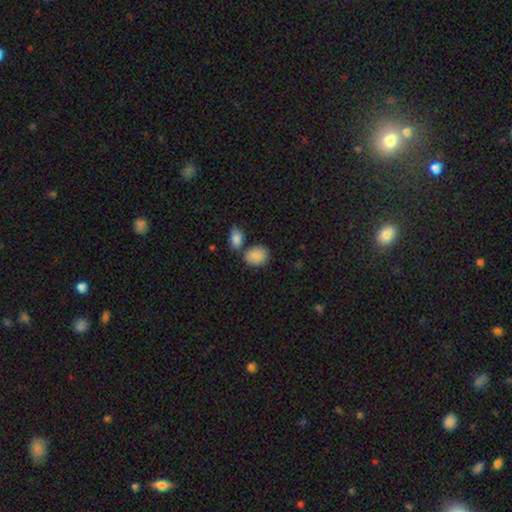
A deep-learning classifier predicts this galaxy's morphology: type=smooth (86%); roundness=in between (65%); merging=none (63%).